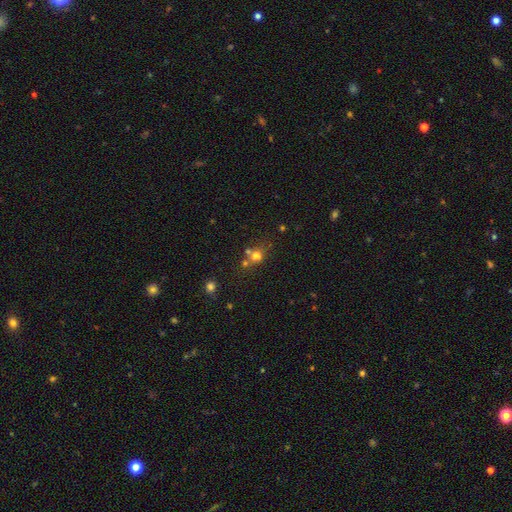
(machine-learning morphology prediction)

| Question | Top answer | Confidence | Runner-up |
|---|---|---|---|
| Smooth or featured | smooth | 67% | star or artifact (19%) |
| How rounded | round | 77% | in between (22%) |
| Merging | none | 46% | merger (39%) |